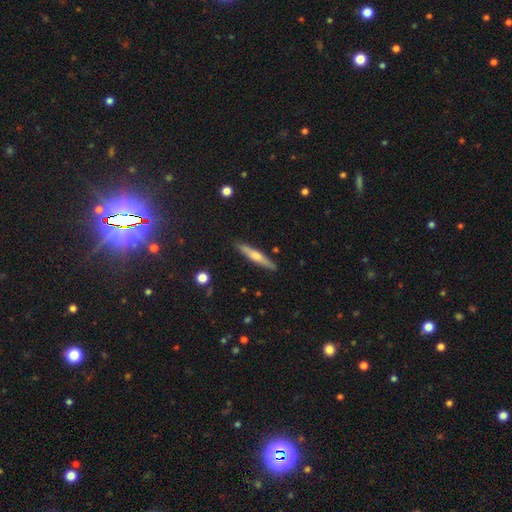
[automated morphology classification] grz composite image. It shows a smooth galaxy with no disk features (47%, tied with featured or disk). Merging: none (89%).